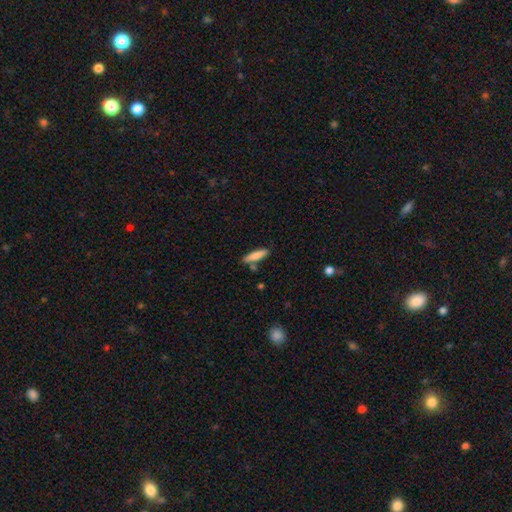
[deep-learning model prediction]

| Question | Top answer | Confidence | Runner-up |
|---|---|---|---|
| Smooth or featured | smooth | 81% | featured or disk (13%) |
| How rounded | cigar-shaped | 71% | in between (27%) |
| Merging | none | 78% | minor disturbance (12%) |